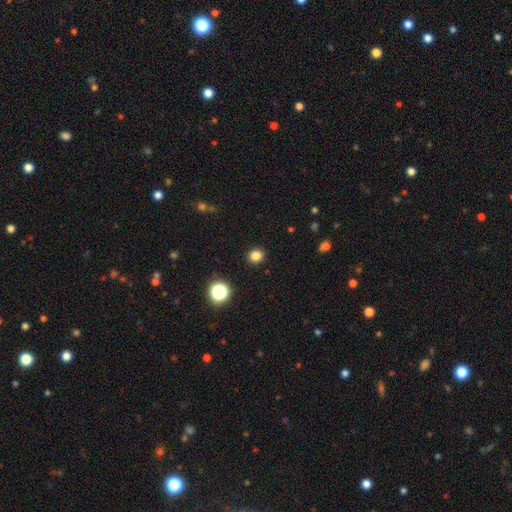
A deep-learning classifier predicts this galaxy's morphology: smooth 82%, star or artifact 14%, featured or disk 4%. Down the decision tree: how rounded — round (83%); merging — none (91%).